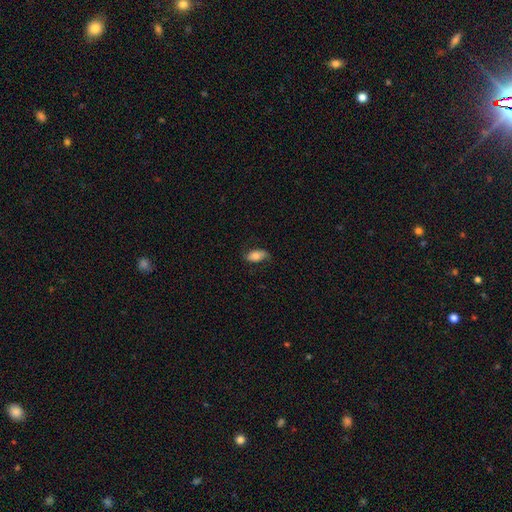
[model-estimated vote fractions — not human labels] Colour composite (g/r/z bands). It shows a smooth galaxy with no disk features (69%) that is in between round and cigar-shaped (91%). Merging: none (70%).